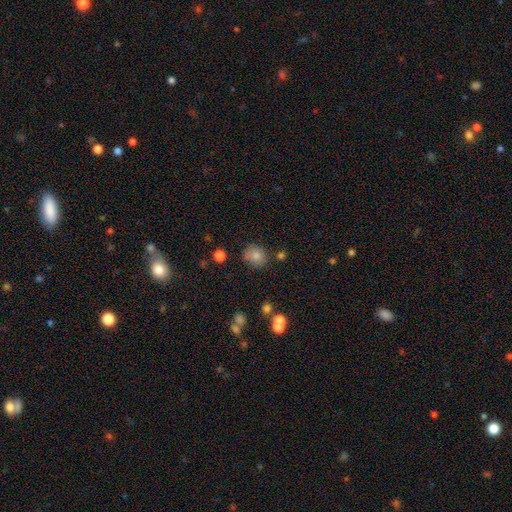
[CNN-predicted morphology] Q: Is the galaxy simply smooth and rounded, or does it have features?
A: smooth — 79%.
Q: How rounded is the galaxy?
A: round — 80%.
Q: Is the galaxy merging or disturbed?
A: none — 72%.